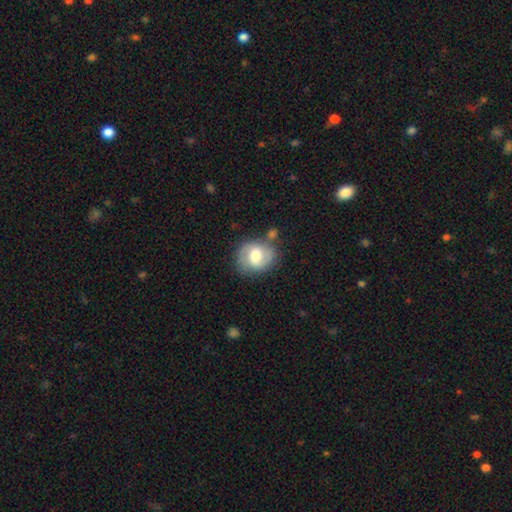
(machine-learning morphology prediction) smooth-or-featured: featured or disk: 48% | smooth: 45% | star or artifact: 7%
  merging: none: 65% | minor disturbance: 20% | major disturbance: 7% | merger: 7%